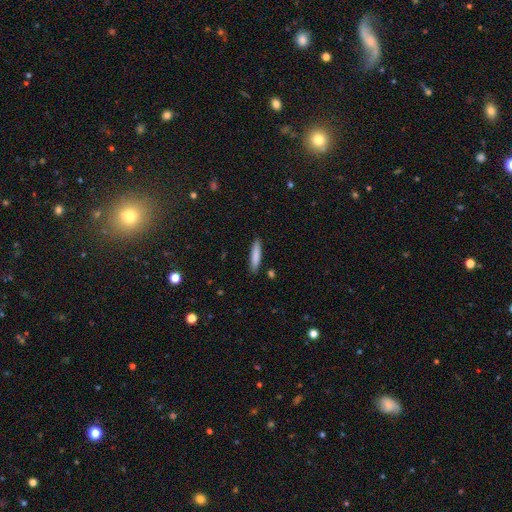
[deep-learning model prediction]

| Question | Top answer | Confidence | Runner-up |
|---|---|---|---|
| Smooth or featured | smooth | 83% | featured or disk (11%) |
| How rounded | cigar-shaped | 84% | in between (15%) |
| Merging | none | 88% | minor disturbance (9%) |